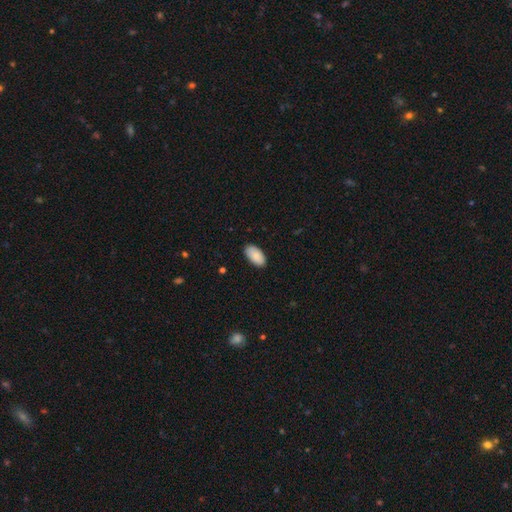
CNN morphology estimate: Smooth or featured? smooth (86%)
How rounded? in between (96%)
Merging? none (87%)